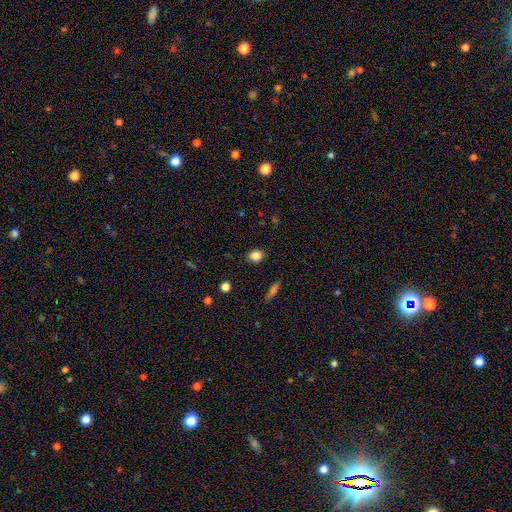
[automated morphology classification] The model was most divided on "how rounded": round: 67%, in between: 32%, cigar-shaped: 2%. More confident: merging — none (87%); smooth or featured — smooth (84%).